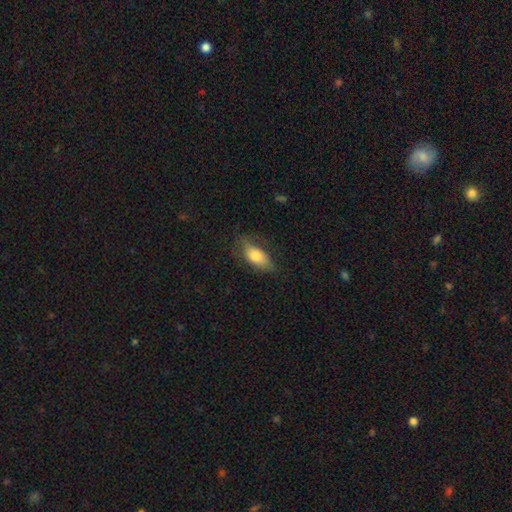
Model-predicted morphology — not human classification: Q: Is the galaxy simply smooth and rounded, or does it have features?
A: smooth — 77%.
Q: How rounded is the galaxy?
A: in between — 85%.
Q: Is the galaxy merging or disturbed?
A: none — 66%.